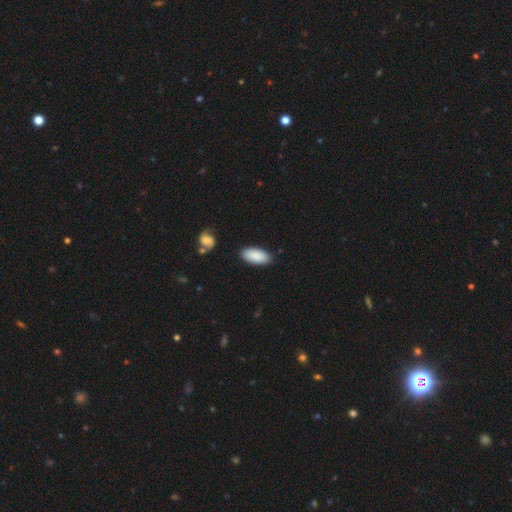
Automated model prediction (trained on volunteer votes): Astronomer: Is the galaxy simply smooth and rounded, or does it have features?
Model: smooth — 89%.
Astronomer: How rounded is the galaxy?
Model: in between — 91%.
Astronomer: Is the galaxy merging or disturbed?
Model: none — 85%.